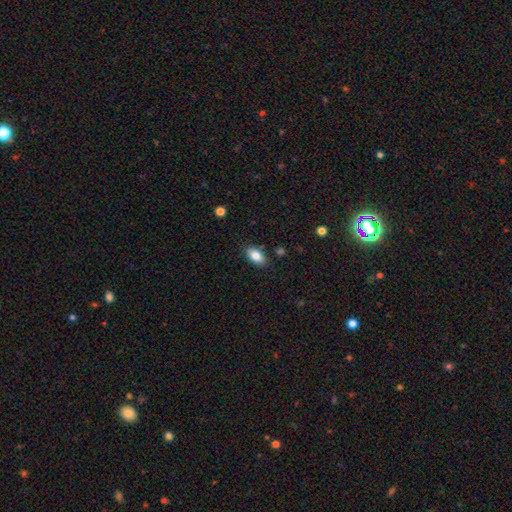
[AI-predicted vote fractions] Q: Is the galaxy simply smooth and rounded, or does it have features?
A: smooth — 84%.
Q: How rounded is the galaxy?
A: in between — 90%.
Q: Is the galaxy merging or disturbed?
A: none — 83%.